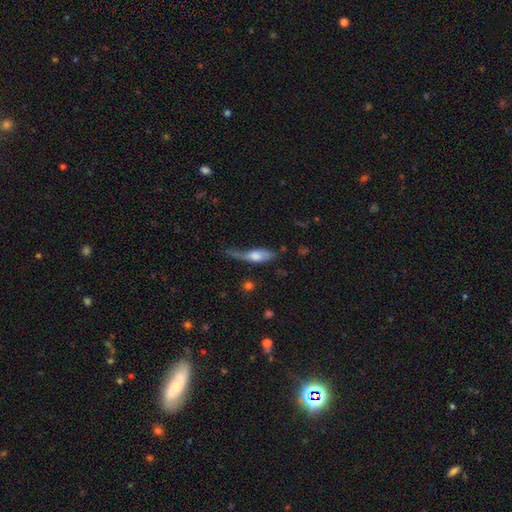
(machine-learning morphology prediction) Overall: smooth (58%; featured or disk 35%). How rounded: cigar-shaped (54%; in between 42%). Merging: minor disturbance (34%; none 31%).